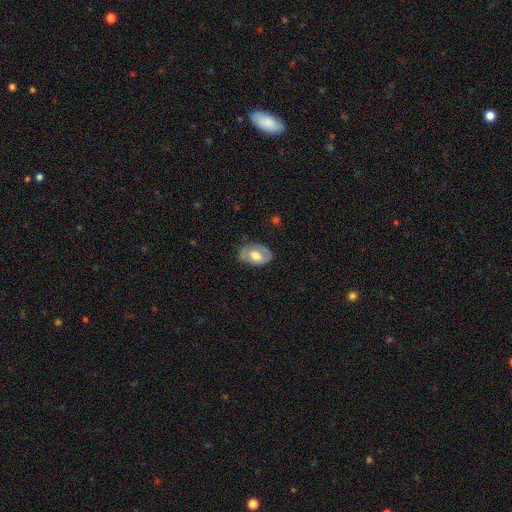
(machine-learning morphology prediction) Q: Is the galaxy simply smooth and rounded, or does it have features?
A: smooth — 50%.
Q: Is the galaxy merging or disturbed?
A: none — 67%.